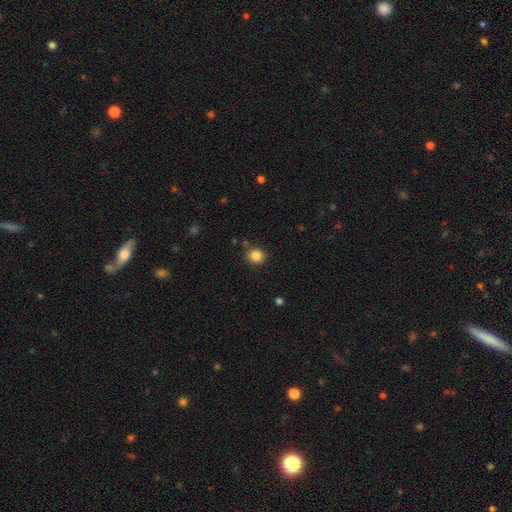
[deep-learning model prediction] Overall: smooth (85%). How rounded: round (82%). Merging: none (84%).